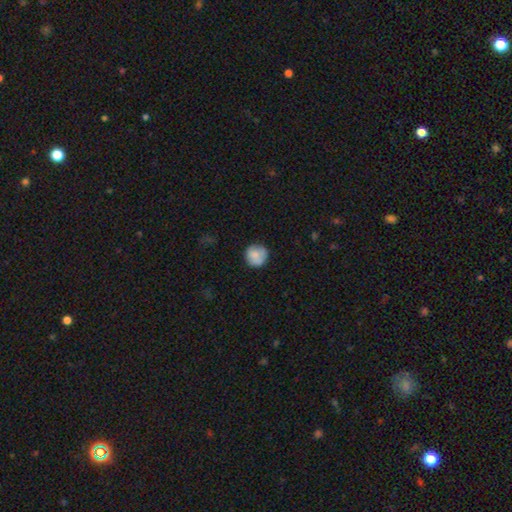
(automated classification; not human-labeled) smooth_or_featured: smooth (p=0.81) [alt: featured or disk p=0.12]
how_rounded: round (p=0.92) [alt: in between p=0.07]
merging: none (p=0.77) [alt: minor disturbance p=0.17]